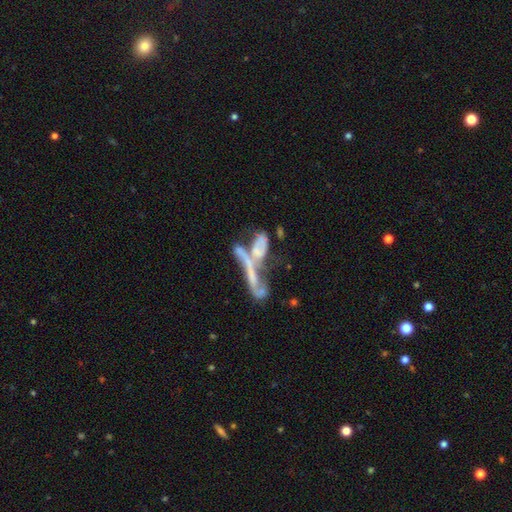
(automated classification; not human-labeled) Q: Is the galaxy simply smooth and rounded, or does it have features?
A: featured or disk — 59%.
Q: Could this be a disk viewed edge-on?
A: no — 66%.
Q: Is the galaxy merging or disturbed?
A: merger — 60%.